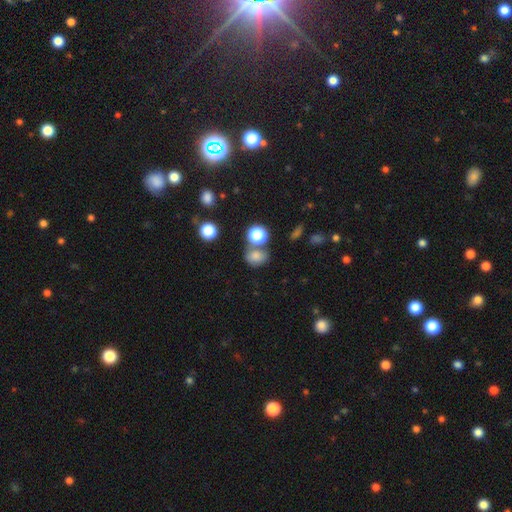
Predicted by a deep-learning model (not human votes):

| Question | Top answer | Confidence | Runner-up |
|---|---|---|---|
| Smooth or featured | smooth | 76% | star or artifact (16%) |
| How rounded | round | 54% | in between (44%) |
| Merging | none | 57% | merger (23%) |